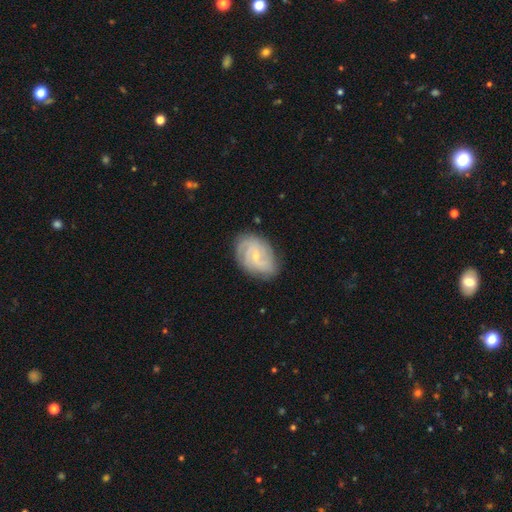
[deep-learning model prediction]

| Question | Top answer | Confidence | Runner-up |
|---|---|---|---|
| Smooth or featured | featured or disk | 79% | smooth (15%) |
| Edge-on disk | no | 97% | yes (3%) |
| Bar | no | 50% | weak (42%) |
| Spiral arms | yes | 95% | no (5%) |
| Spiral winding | tight | 54% | medium (36%) |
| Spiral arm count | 2 | 26% | tied: can't tell (26%), 3 (26%) |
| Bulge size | small | 73% | moderate (22%) |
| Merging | none | 79% | minor disturbance (16%) |